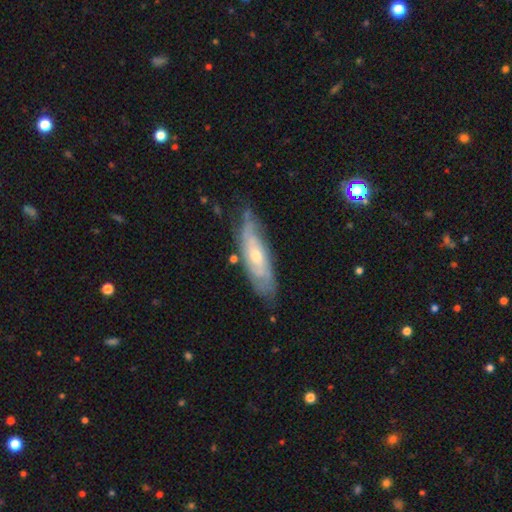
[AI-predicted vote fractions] Q: Smooth or featured?
A: featured or disk (73%); runner-up: smooth (22%)
Q: Edge-on disk?
A: no (74%); runner-up: yes (26%)
Q: Bar?
A: no (69%); runner-up: weak (25%)
Q: Spiral arms?
A: yes (82%); runner-up: no (18%)
Q: Bulge size?
A: moderate (52%); runner-up: small (44%)
Q: Merging?
A: none (70%); runner-up: minor disturbance (22%)